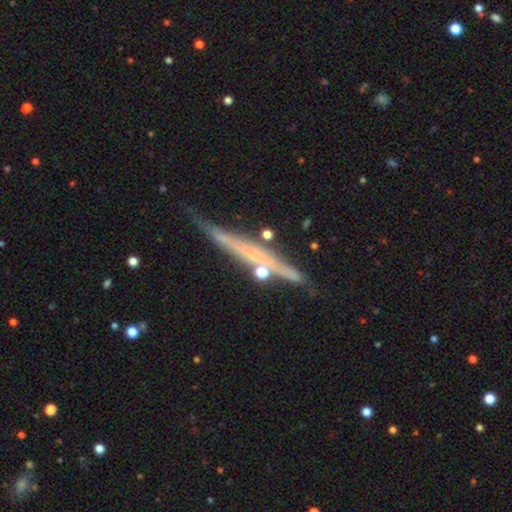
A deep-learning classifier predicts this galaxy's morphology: Smooth or featured: featured or disk — 67% (smooth — 24%)
Edge-on disk: yes — 93% (no — 7%)
Edge-on bulge: none — 66% (rounded — 26%)
Merging: none — 67% (minor disturbance — 20%)